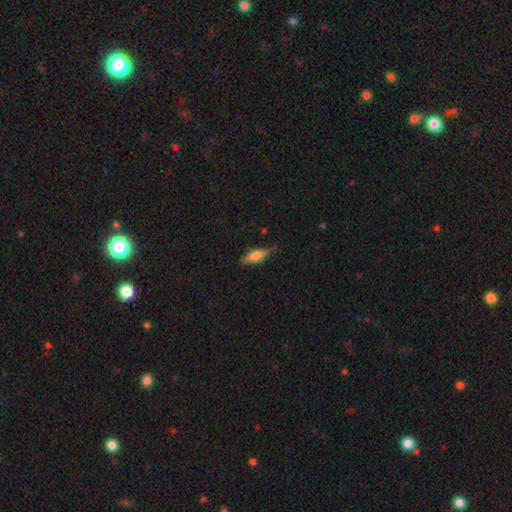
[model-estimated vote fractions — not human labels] The model was most divided on "how rounded": cigar-shaped: 57%, in between: 40%, round: 2%. More confident: merging — none (75%); smooth or featured — smooth (61%).